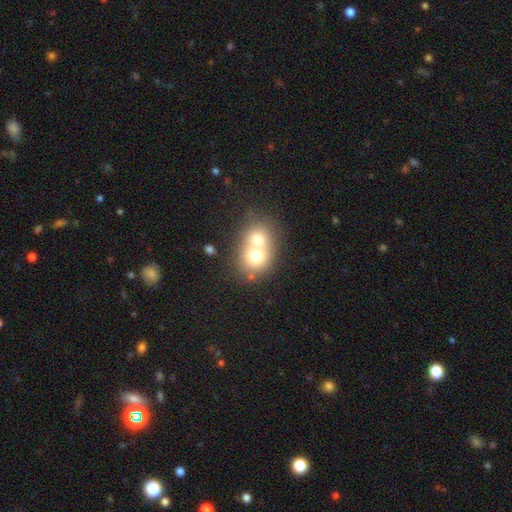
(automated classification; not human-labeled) A smooth galaxy with no disk features (67%) that is round (67%).

Vote fractions:
- Smooth or featured? smooth: 67% / featured or disk: 22% / star or artifact: 11%
- How rounded? round: 67% / in between: 32% / cigar-shaped: 1%
- Merging? merger: 72% / none: 20% / minor disturbance: 5% / major disturbance: 3%